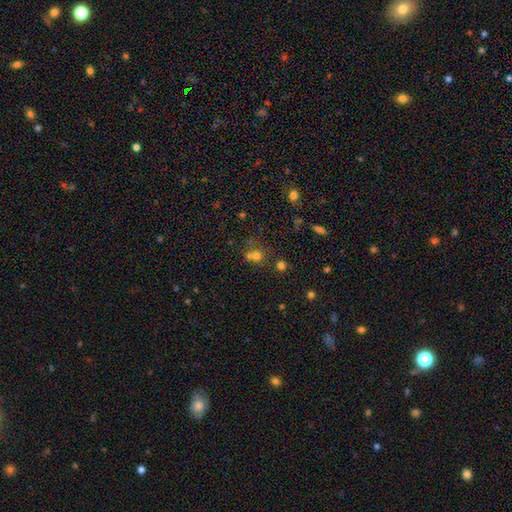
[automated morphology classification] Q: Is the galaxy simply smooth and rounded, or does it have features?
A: smooth — 63%.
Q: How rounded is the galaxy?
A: round — 83%.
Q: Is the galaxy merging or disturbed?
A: none — 47%.